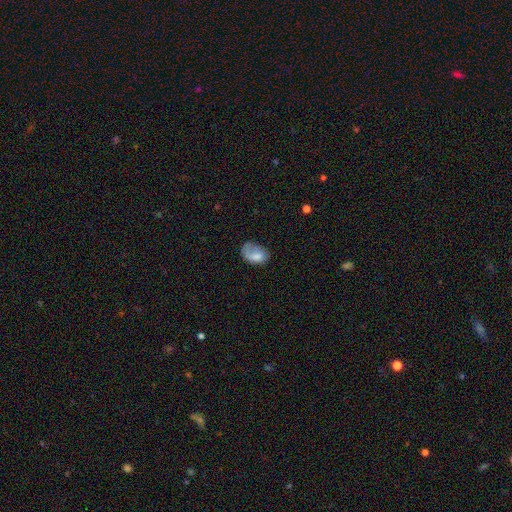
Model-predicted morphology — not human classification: A smooth galaxy with no disk features (70%) that is in between round and cigar-shaped (85%). Merging: none (33%, tied with major disturbance).